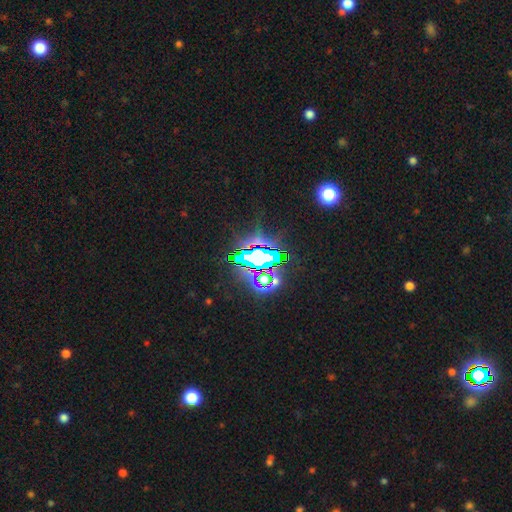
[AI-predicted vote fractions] smooth_or_featured: star or artifact (p=0.75) [alt: featured or disk p=0.13]